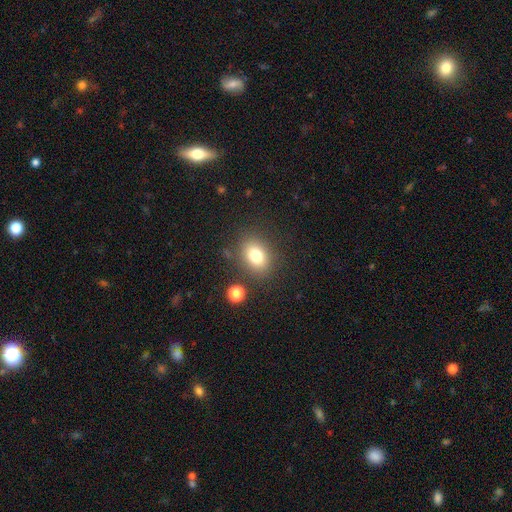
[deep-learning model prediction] This is likely a smooth galaxy (78%). How rounded: likely in between (63%). Merging: clearly none (81%).